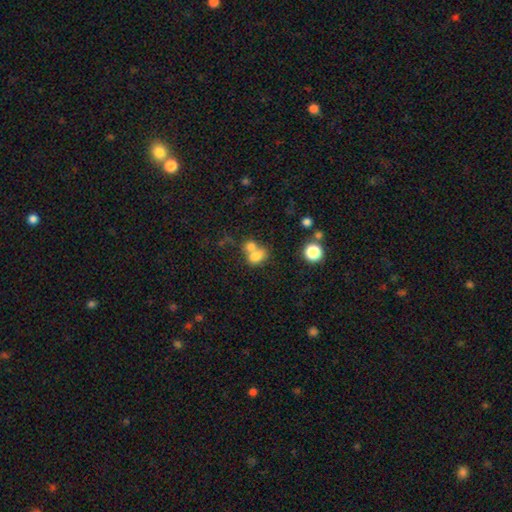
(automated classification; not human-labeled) Q: Smooth or featured?
A: smooth (75%); runner-up: featured or disk (13%)
Q: How rounded?
A: in between (60%); runner-up: round (39%)
Q: Merging?
A: merger (59%); runner-up: none (29%)